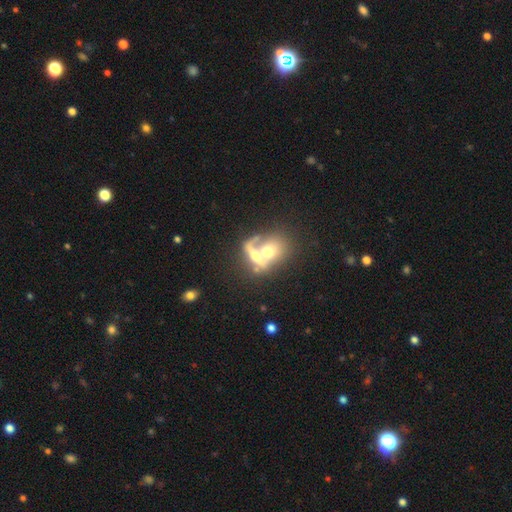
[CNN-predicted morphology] Smooth or featured? featured or disk (46%)
Merging? merger (66%)